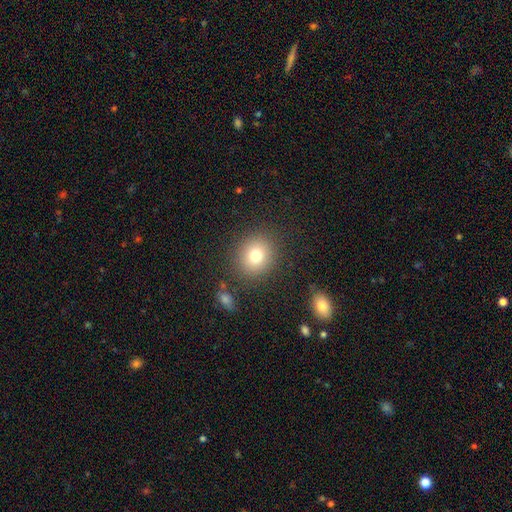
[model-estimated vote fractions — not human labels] Smooth or featured? Predicted: smooth (p=0.77). How rounded? Predicted: round (p=0.83). Merging? Predicted: none (p=0.85).